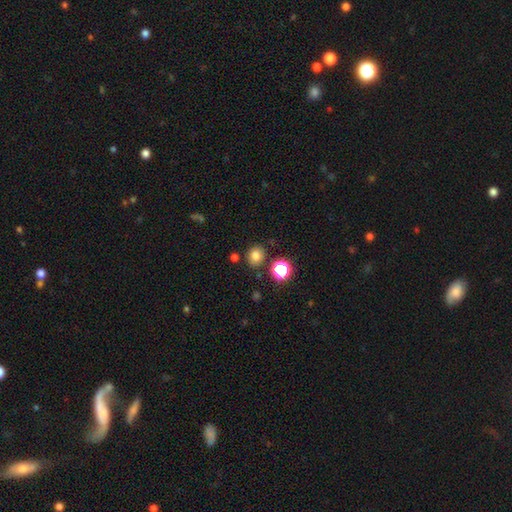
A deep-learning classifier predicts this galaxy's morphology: A smooth galaxy with no disk features (77%) that is round (75%). Merging: none (83%).